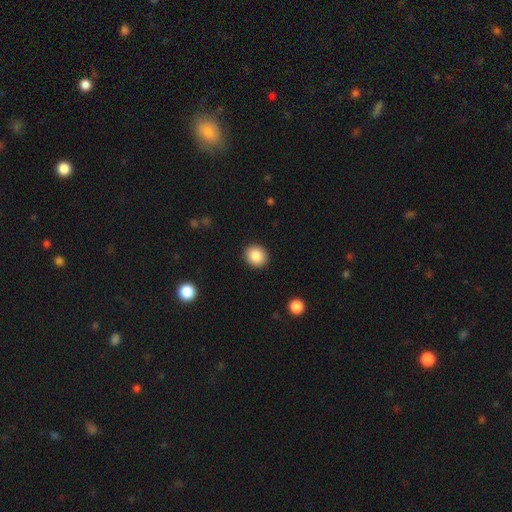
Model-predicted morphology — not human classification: This is clearly a smooth galaxy (87%). How rounded: likely round (73%). Merging: clearly none (91%).